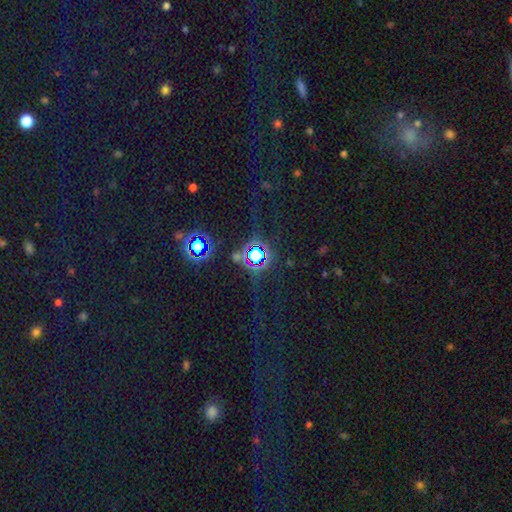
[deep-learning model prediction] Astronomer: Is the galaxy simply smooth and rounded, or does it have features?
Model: star or artifact — 79%.